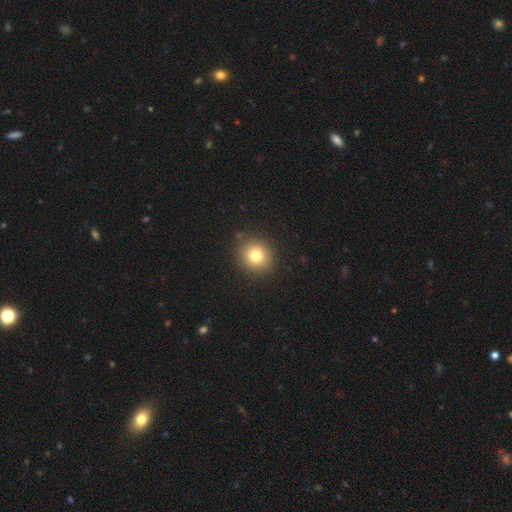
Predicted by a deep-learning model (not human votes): smooth-or-featured: smooth: 78% | star or artifact: 13% | featured or disk: 9%
  how-rounded: round: 88% | in between: 11% | cigar-shaped: 1%
  merging: none: 89% | minor disturbance: 7% | major disturbance: 2% | merger: 1%